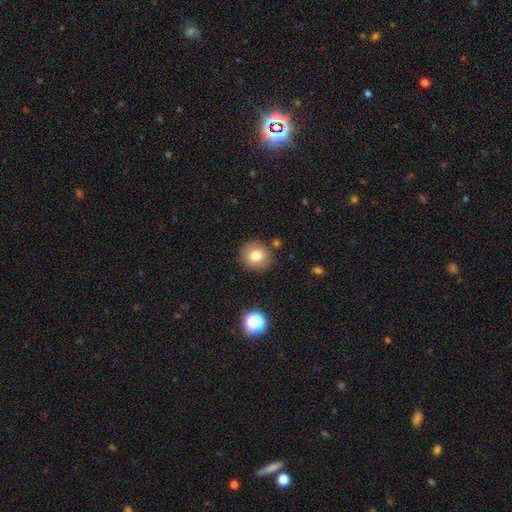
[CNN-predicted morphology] smooth_or_featured: smooth (p=0.79) [alt: star or artifact p=0.11]
how_rounded: round (p=0.87) [alt: in between p=0.12]
merging: none (p=0.87) [alt: minor disturbance p=0.08]